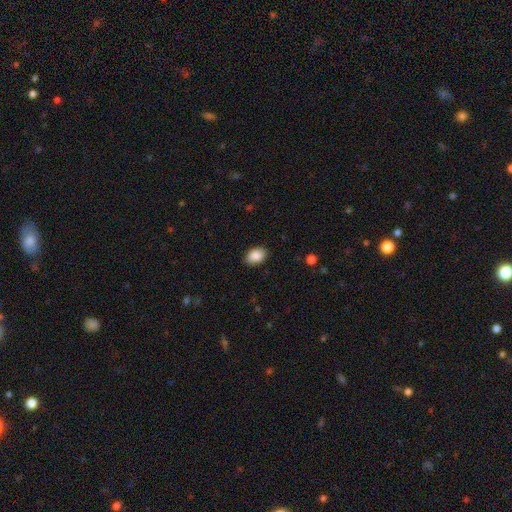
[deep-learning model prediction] A smooth galaxy with no disk features (89%) that is in between round and cigar-shaped (83%). Merging: none (87%).